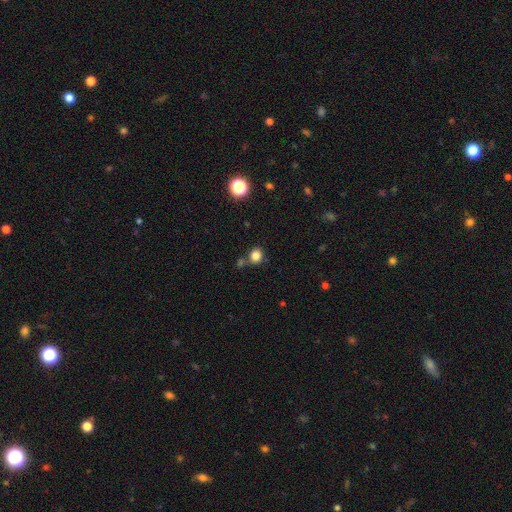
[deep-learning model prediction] Q: Smooth or featured?
A: smooth (82%); runner-up: star or artifact (13%)
Q: How rounded?
A: round (81%); runner-up: in between (18%)
Q: Merging?
A: none (70%); runner-up: merger (14%)